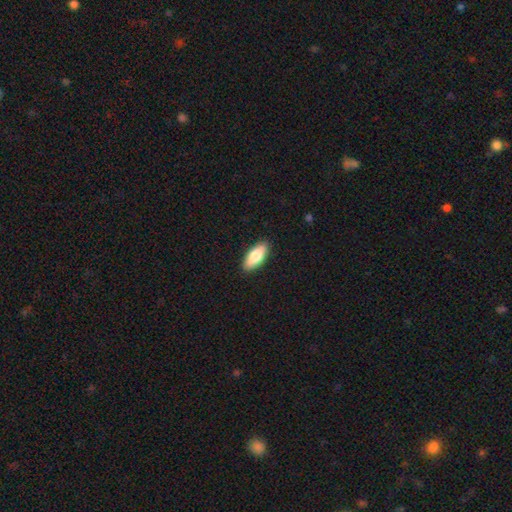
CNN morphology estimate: A smooth galaxy with no disk features (80%) that is in between round and cigar-shaped (81%). Merging: none (90%).